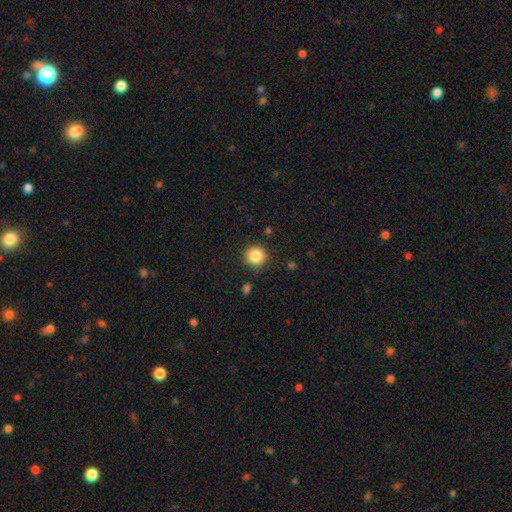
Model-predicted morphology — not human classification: type=smooth (85%); roundness=round (93%); merging=none (88%).